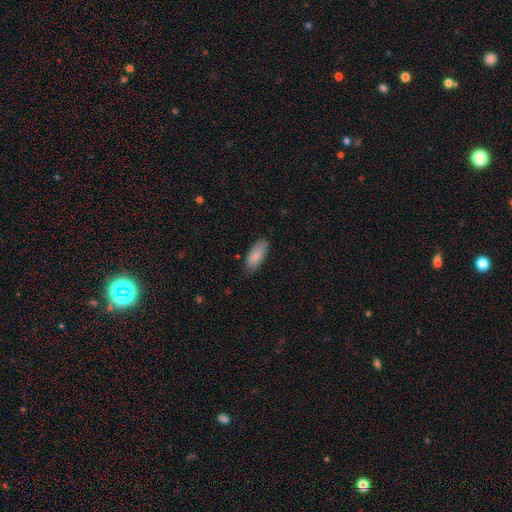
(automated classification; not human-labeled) The model was most divided on "merging": none: 78%, minor disturbance: 18%, major disturbance: 3%, merger: 1%. More confident: smooth or featured — smooth (87%); how rounded — in between (82%).